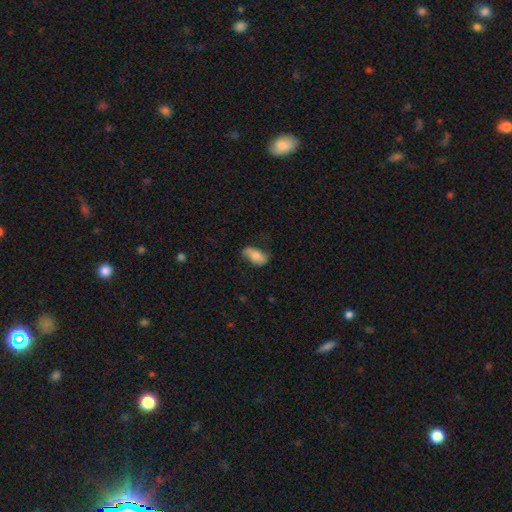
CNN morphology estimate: Smooth or featured? smooth (70%)
How rounded? in between (90%)
Merging? none (59%)